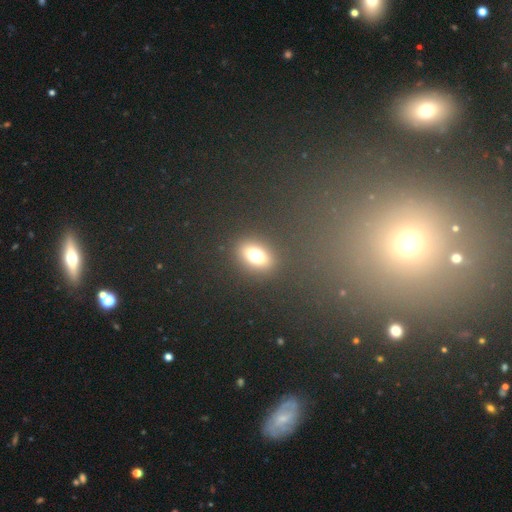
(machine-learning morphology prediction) Smooth or featured? smooth (70%)
How rounded? in between (70%)
Merging? none (86%)